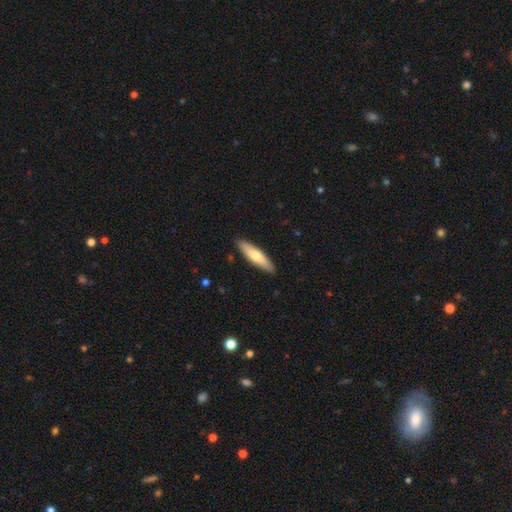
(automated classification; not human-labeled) smooth-or-featured: smooth: 64% | featured or disk: 30% | star or artifact: 5%
  how-rounded: cigar-shaped: 70% | in between: 28% | round: 2%
  merging: none: 89% | minor disturbance: 8% | major disturbance: 2% | merger: 1%